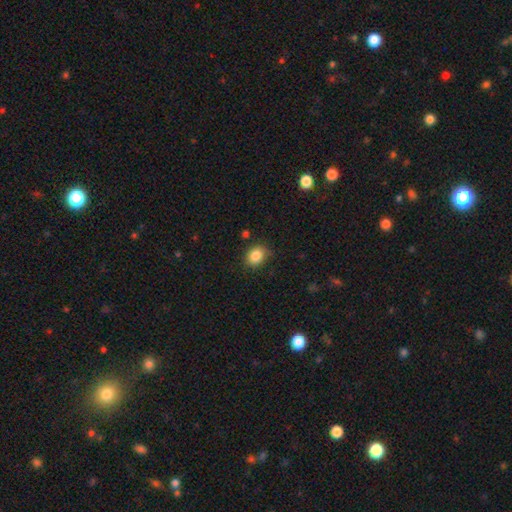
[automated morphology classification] A smooth galaxy with no disk features (85%) that is in between round and cigar-shaped (50%). Merging: none (76%).